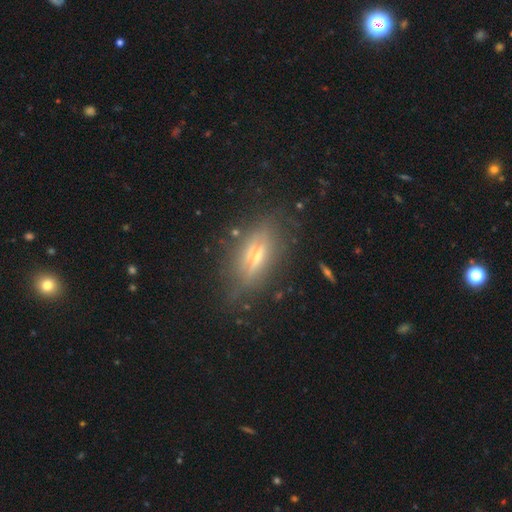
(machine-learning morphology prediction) smooth-or-featured: featured or disk: 69% | smooth: 21% | star or artifact: 10%
  disk-edge-on: yes: 85% | no: 15%
    edge-on-bulge: rounded: 81% | boxy: 10% | none: 9%
  merging: none: 74% | minor disturbance: 17% | major disturbance: 7% | merger: 2%